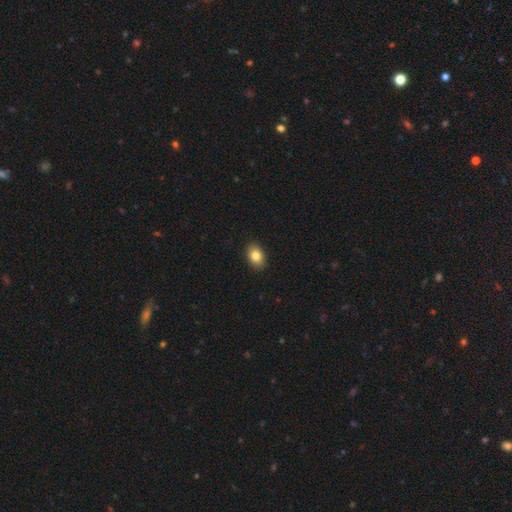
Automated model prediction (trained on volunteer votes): smooth 84%, star or artifact 8%, featured or disk 8%. Down the decision tree: how rounded — in between (81%); merging — none (90%).